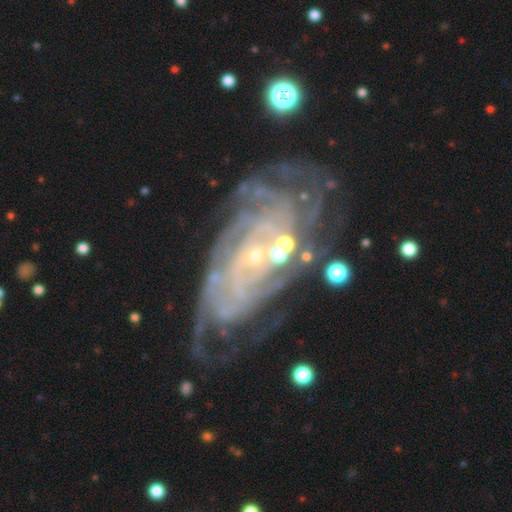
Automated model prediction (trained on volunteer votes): Q: Smooth or featured?
A: featured or disk (89%); runner-up: star or artifact (7%)
Q: Edge-on disk?
A: no (95%); runner-up: yes (5%)
Q: Bar?
A: no (59%); runner-up: weak (29%)
Q: Spiral arms?
A: yes (97%); runner-up: no (3%)
Q: Spiral winding?
A: tight (76%); runner-up: medium (19%)
Q: Spiral arm count?
A: can't tell (31%); runner-up: more than 4 (21%)
Q: Bulge size?
A: small (83%); runner-up: moderate (10%)
Q: Merging?
A: none (66%); runner-up: minor disturbance (19%)